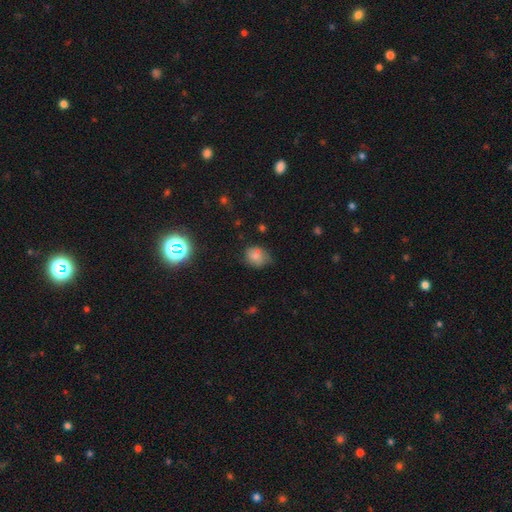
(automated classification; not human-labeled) smooth_or_featured: smooth (p=0.75) [alt: star or artifact p=0.14]
how_rounded: round (p=0.56) [alt: in between p=0.43]
merging: none (p=0.60) [alt: minor disturbance p=0.30]